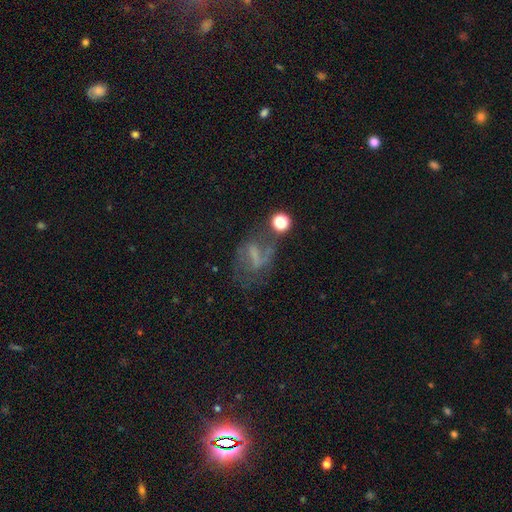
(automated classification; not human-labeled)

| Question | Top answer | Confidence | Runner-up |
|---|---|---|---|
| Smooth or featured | featured or disk | 52% | smooth (28%) |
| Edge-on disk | no | 93% | yes (7%) |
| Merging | none | 41% | major disturbance (29%) |